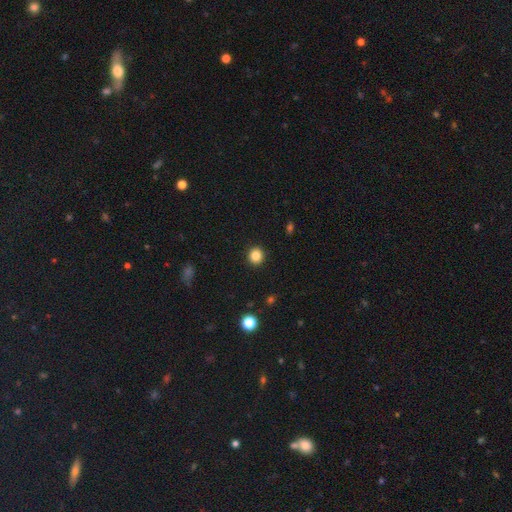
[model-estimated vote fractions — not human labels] A smooth galaxy with no disk features (85%) that is round (92%).

Vote fractions:
- Smooth or featured? smooth: 85% / star or artifact: 11% / featured or disk: 4%
- How rounded? round: 92% / in between: 7% / cigar-shaped: 1%
- Merging? none: 93% / minor disturbance: 5% / major disturbance: 2% / merger: 1%